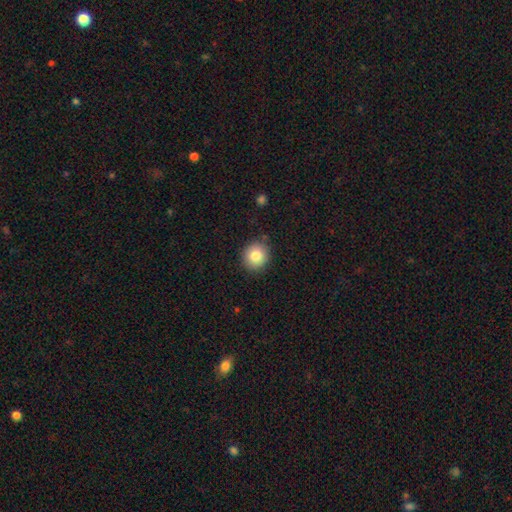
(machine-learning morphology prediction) smooth-or-featured: smooth: 83% | star or artifact: 9% | featured or disk: 8%
  how-rounded: round: 88% | in between: 11% | cigar-shaped: 1%
  merging: none: 87% | minor disturbance: 9% | major disturbance: 2% | merger: 2%